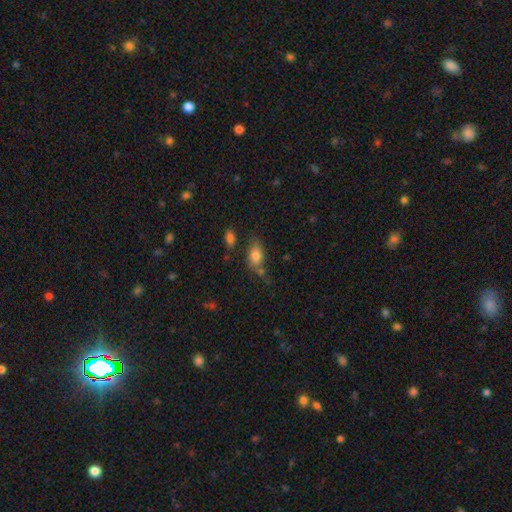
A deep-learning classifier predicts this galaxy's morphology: Smooth or featured? smooth (78%)
How rounded? in between (85%)
Merging? none (54%)